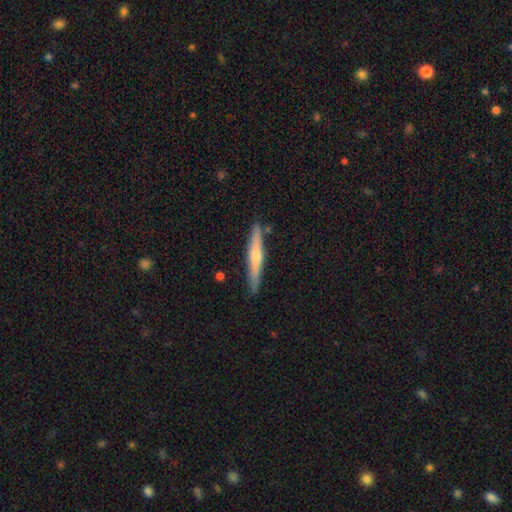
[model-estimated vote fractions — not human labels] A featured or disk galaxy (59%) viewed edge-on (97%) with a rounded central bulge (77%).

Vote fractions:
- Smooth or featured? featured or disk: 59% / smooth: 35% / star or artifact: 6%
- Edge-on disk? yes: 97% / no: 3%
- Edge-on bulge? rounded: 77% / none: 17% / boxy: 6%
- Merging? none: 88% / minor disturbance: 9% / merger: 2% / major disturbance: 2%